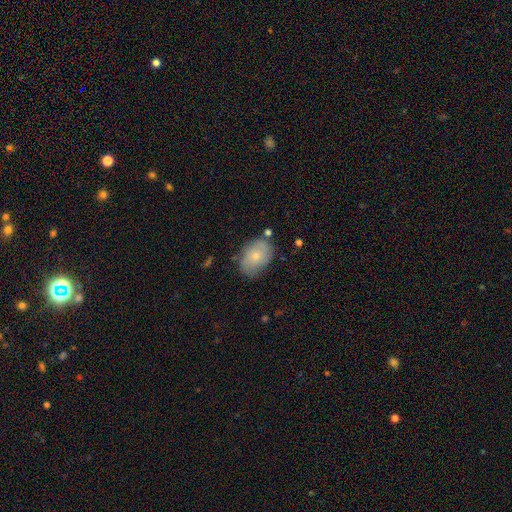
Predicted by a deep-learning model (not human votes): smooth 62%, featured or disk 30%, star or artifact 7%. Down the decision tree: how rounded — in between (79%); merging — none (68%).